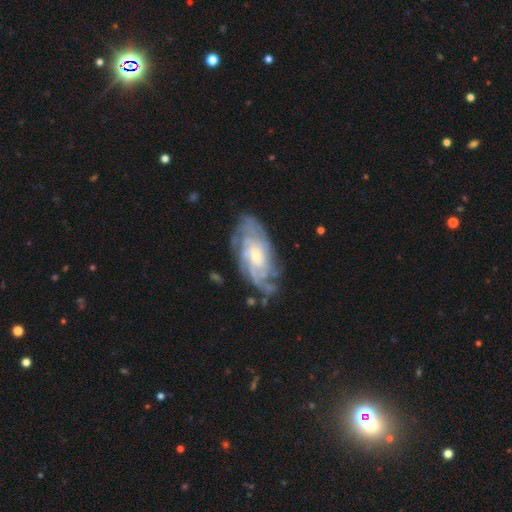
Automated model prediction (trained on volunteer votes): Q: Smooth or featured?
A: featured or disk (84%); runner-up: smooth (10%)
Q: Edge-on disk?
A: no (94%); runner-up: yes (6%)
Q: Bar?
A: no (68%); runner-up: weak (27%)
Q: Spiral arms?
A: yes (94%); runner-up: no (6%)
Q: Spiral winding?
A: tight (67%); runner-up: medium (26%)
Q: Spiral arm count?
A: can't tell (45%); runner-up: 4 (18%)
Q: Bulge size?
A: small (56%); runner-up: moderate (37%)
Q: Merging?
A: none (72%); runner-up: minor disturbance (18%)